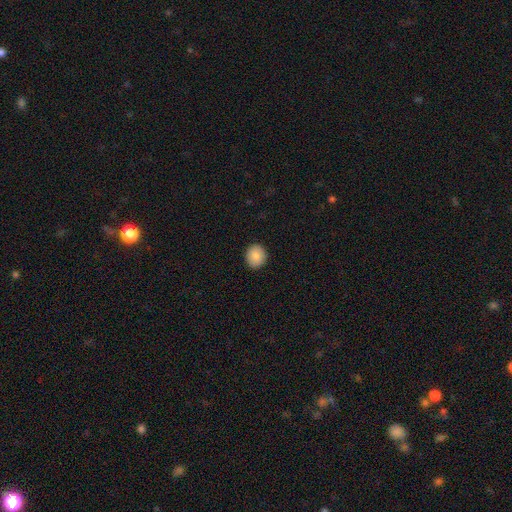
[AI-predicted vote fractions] Smooth or featured? Predicted: smooth (p=0.88). How rounded? Predicted: round (p=0.81). Merging? Predicted: none (p=0.91).